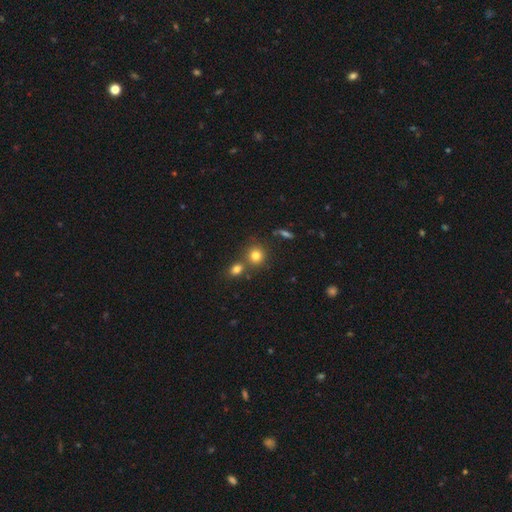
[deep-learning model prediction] Q: Smooth or featured?
A: smooth (79%); runner-up: star or artifact (13%)
Q: How rounded?
A: round (83%); runner-up: in between (15%)
Q: Merging?
A: none (62%); runner-up: merger (26%)